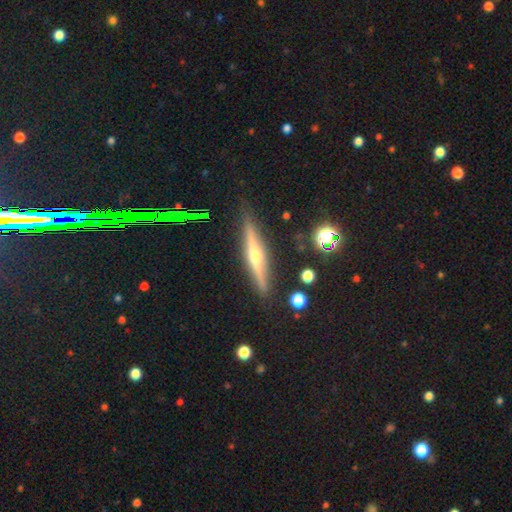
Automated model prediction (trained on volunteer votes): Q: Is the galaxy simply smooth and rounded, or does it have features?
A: featured or disk — 74%.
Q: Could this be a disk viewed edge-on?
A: yes — 97%.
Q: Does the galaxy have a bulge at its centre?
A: rounded — 89%.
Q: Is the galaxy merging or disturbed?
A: none — 87%.